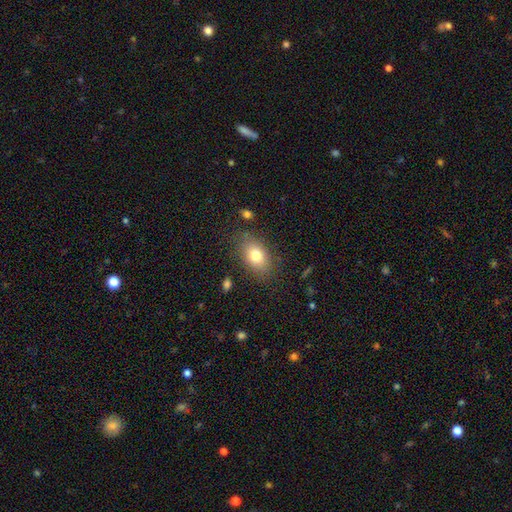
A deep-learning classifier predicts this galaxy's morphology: Smooth or featured? Predicted: smooth (p=0.78). How rounded? Predicted: in between (p=0.82). Merging? Predicted: none (p=0.80).